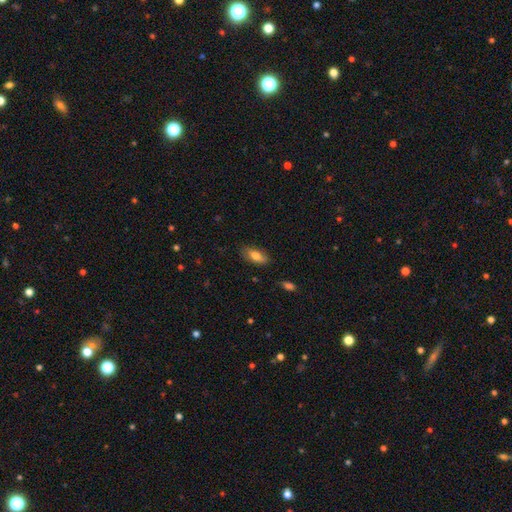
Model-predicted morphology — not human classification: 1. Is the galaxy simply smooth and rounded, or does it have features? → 76% smooth, 17% featured or disk, 7% star or artifact.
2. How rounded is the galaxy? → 83% in between, 14% cigar-shaped, 3% round.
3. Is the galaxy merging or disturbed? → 80% none, 15% minor disturbance, 3% major disturbance, 1% merger.